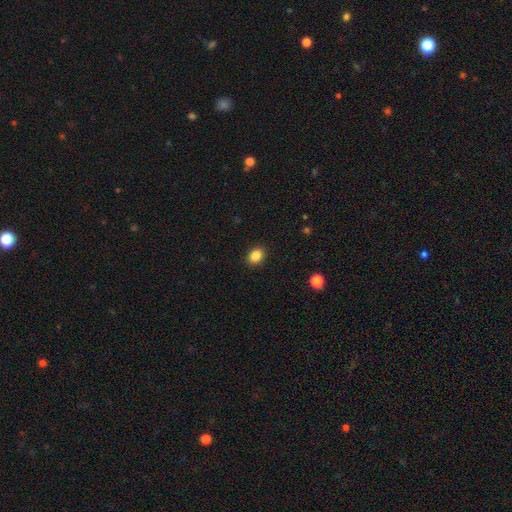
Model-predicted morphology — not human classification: type=smooth (86%); roundness=in between (50%); merging=none (90%).